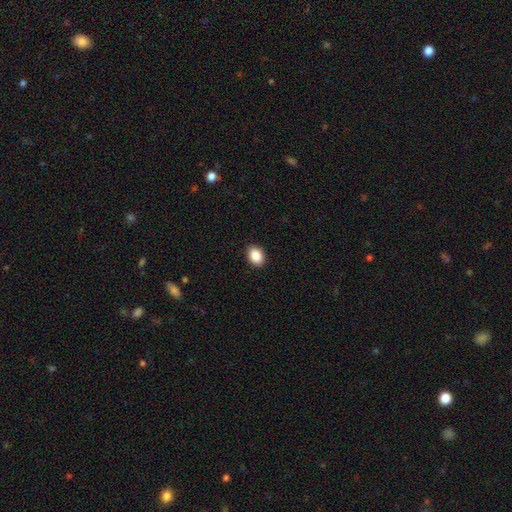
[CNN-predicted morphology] This is clearly a smooth galaxy (89%). How rounded: likely in between (75%). Merging: clearly none (90%).